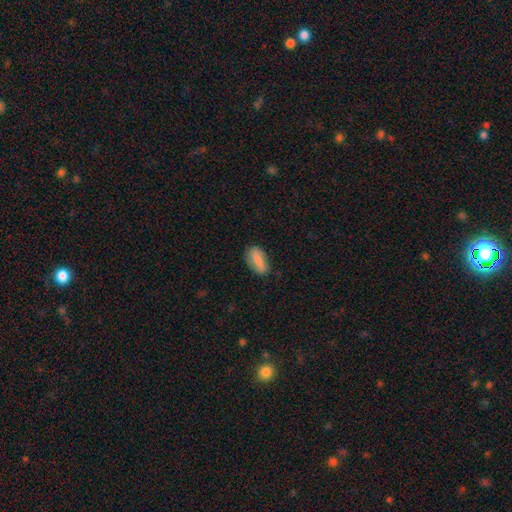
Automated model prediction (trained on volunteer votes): Morphology: type=smooth (77%); roundness=in between (80%); merging=none (77%).